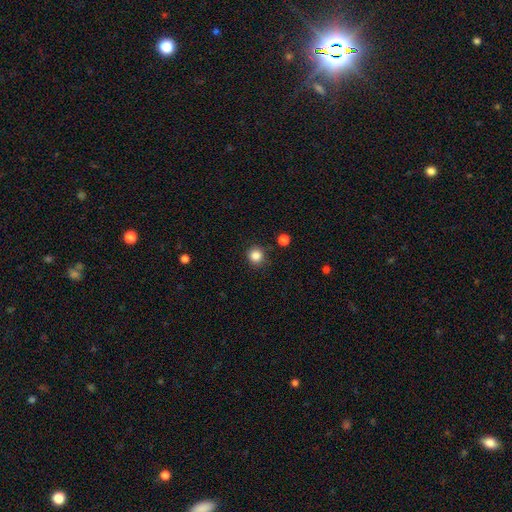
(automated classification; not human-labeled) A smooth galaxy with no disk features (86%) that is round (94%).

Vote fractions:
- Smooth or featured? smooth: 86% / star or artifact: 11% / featured or disk: 3%
- How rounded? round: 94% / in between: 6% / cigar-shaped: 1%
- Merging? none: 87% / minor disturbance: 8% / major disturbance: 2% / merger: 2%